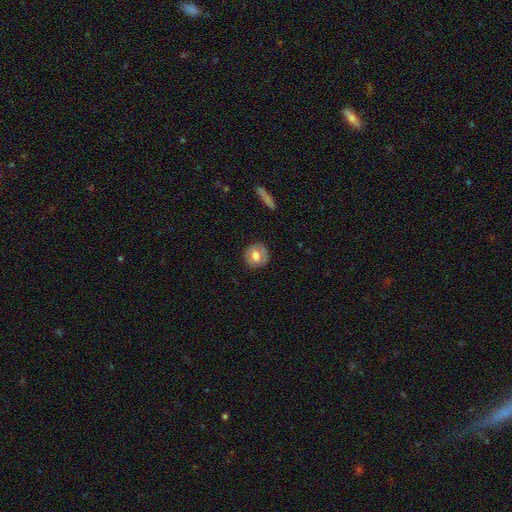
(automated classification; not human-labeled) Q: Smooth or featured?
A: smooth (57%); runner-up: featured or disk (36%)
Q: How rounded?
A: round (78%); runner-up: in between (20%)
Q: Merging?
A: none (83%); runner-up: minor disturbance (12%)